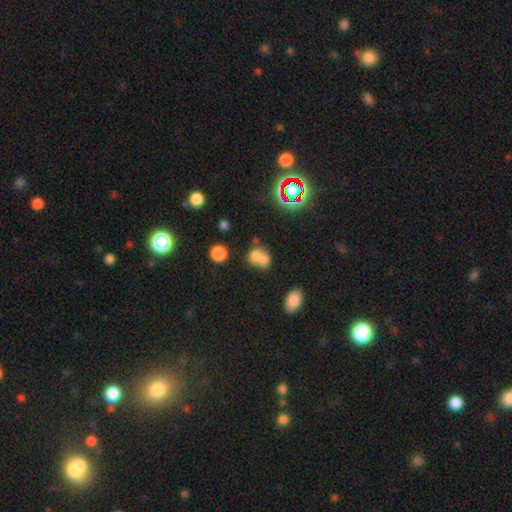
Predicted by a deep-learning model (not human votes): smooth_or_featured: smooth (p=0.65) [alt: featured or disk p=0.18]
how_rounded: round (p=0.65) [alt: in between p=0.34]
merging: merger (p=0.61) [alt: none p=0.28]